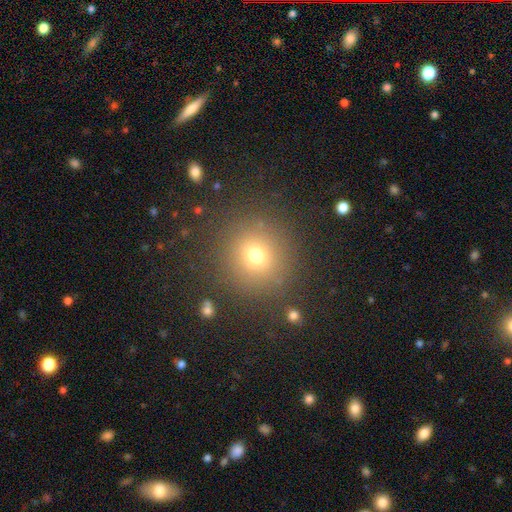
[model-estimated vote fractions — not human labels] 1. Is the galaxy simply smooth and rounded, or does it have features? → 72% smooth, 19% star or artifact, 9% featured or disk.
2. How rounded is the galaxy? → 91% round, 8% in between, 1% cigar-shaped.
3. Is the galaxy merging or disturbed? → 87% none, 7% minor disturbance, 3% major disturbance, 2% merger.